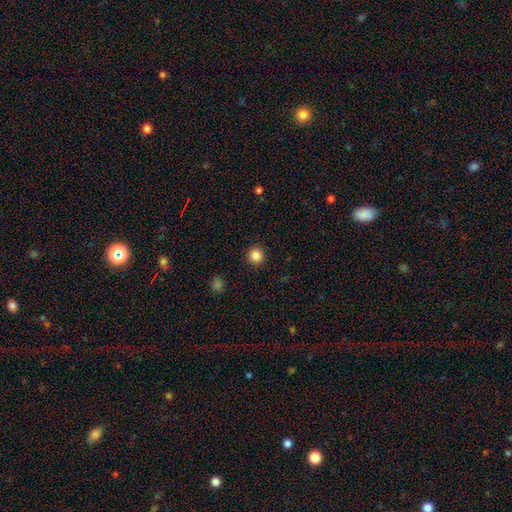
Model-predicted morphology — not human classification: Overall: smooth (86%). How rounded: round (95%). Merging: none (93%).